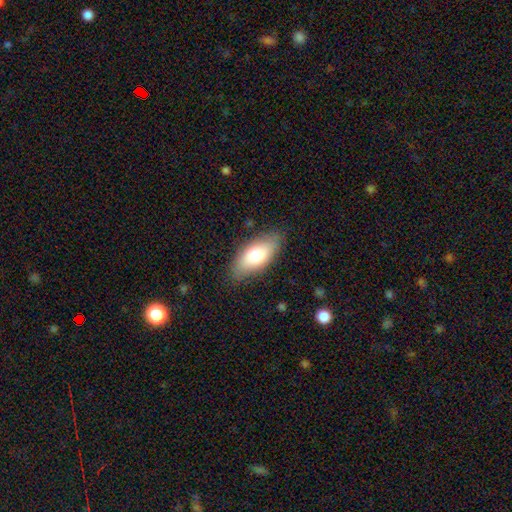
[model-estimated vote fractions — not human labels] Smooth or featured: smooth — 73% (featured or disk — 21%)
How rounded: in between — 85% (cigar-shaped — 12%)
Merging: none — 83% (minor disturbance — 13%)